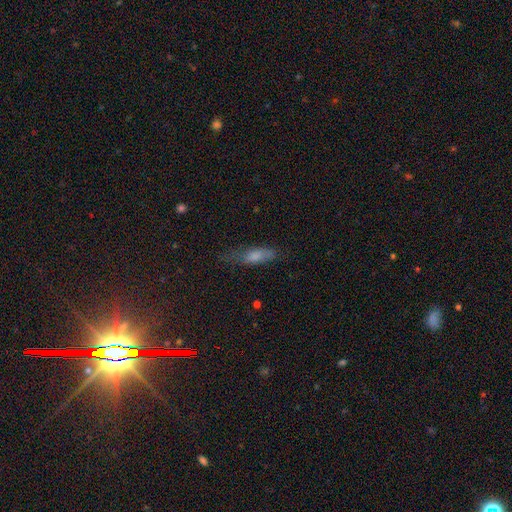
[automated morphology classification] smooth 70%, featured or disk 21%, star or artifact 10%. Down the decision tree: how rounded — cigar-shaped (50%); merging — none (56%).